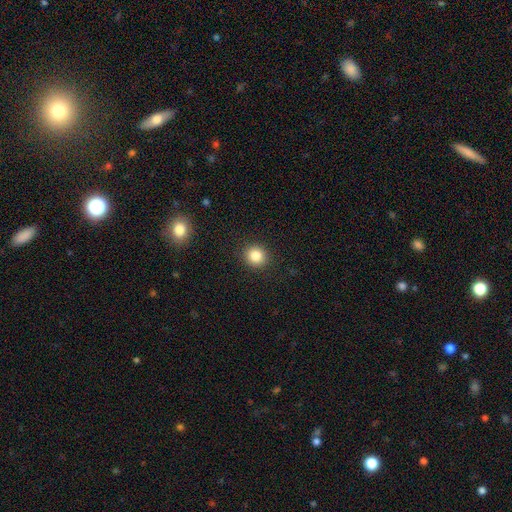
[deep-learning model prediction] This is clearly a smooth galaxy (84%). How rounded: clearly round (89%). Merging: clearly none (91%).